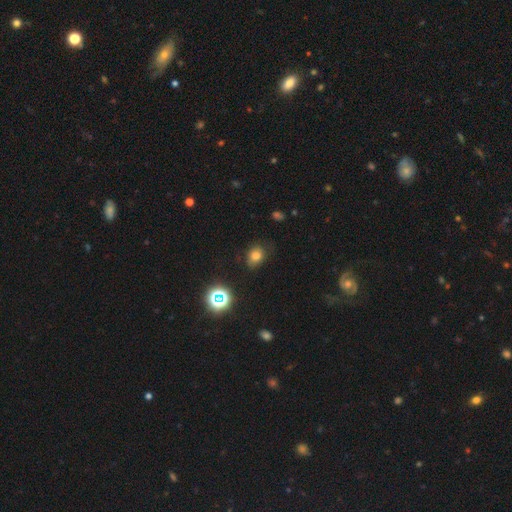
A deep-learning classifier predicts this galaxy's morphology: Smooth or featured? Predicted: smooth (p=0.74). How rounded? Predicted: in between (p=0.54). Merging? Predicted: none (p=0.73).